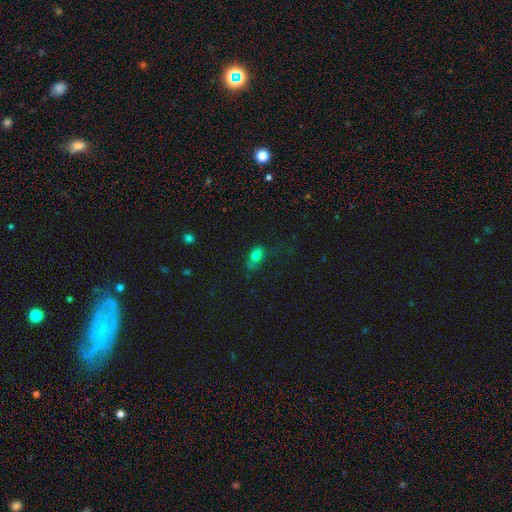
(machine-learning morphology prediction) This is likely a smooth galaxy (75%). How rounded: clearly in between (82%). Merging: possibly none (53%).